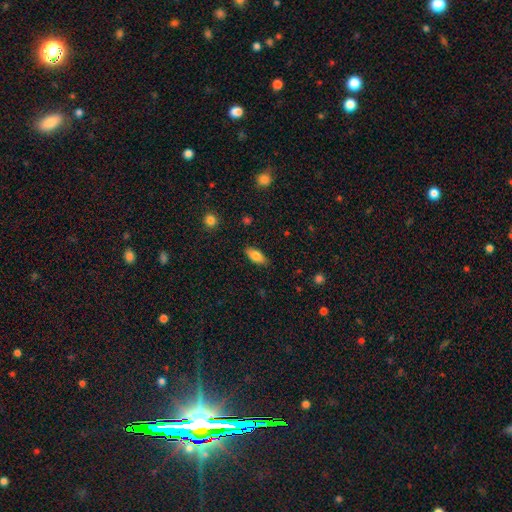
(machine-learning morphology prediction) smooth 80%, featured or disk 13%, star or artifact 7%. Down the decision tree: how rounded — in between (85%); merging — none (86%).